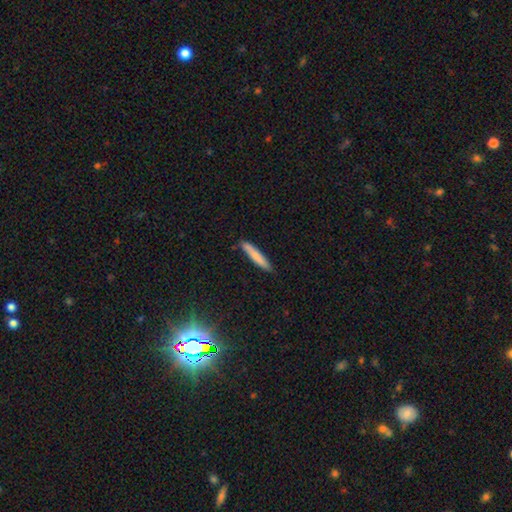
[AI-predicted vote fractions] Smooth or featured? Predicted: smooth (p=0.75). How rounded? Predicted: cigar-shaped (p=0.93). Merging? Predicted: none (p=0.87).